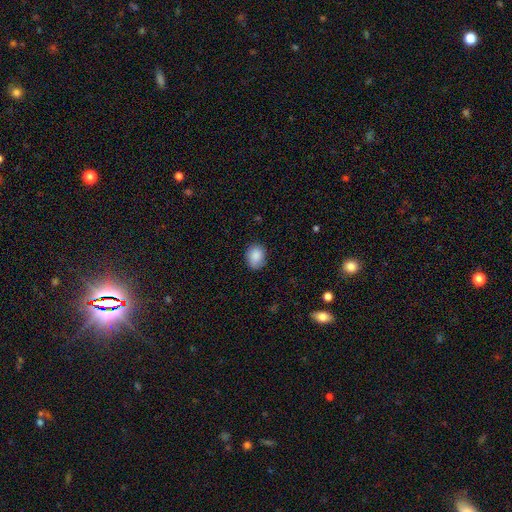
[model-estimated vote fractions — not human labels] A smooth galaxy with no disk features (88%) that is round (53%).

Vote fractions:
- Smooth or featured? smooth: 88% / star or artifact: 8% / featured or disk: 4%
- How rounded? round: 53% / in between: 47% / cigar-shaped: 1%
- Merging? none: 79% / minor disturbance: 17% / major disturbance: 3% / merger: 1%